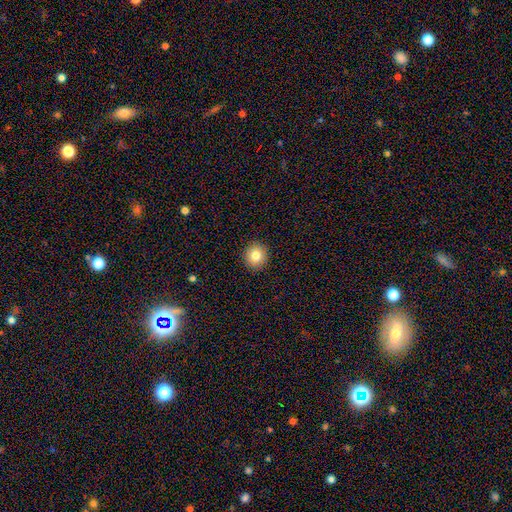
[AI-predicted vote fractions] This appears to be a smooth galaxy with no disk features (81%) that is round (89%). Merging: none (92%).